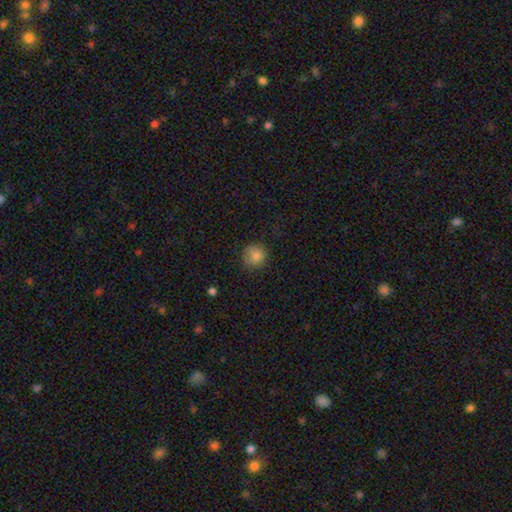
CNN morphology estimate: Smooth or featured: smooth — 83% (star or artifact — 10%)
How rounded: round — 89% (in between — 10%)
Merging: none — 77% (minor disturbance — 17%)